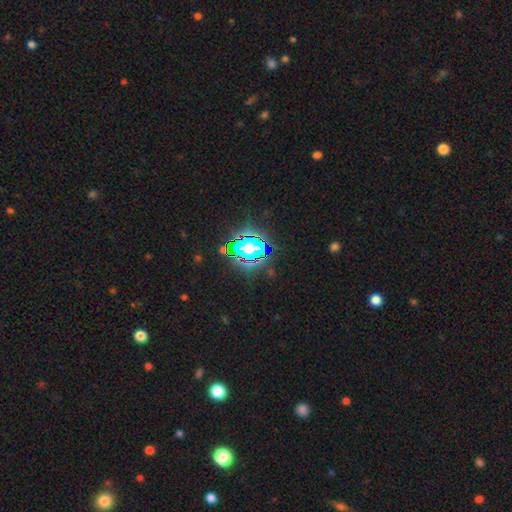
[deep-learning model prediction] The model was most divided on "smooth or featured": star or artifact: 78%, smooth: 14%, featured or disk: 9%.